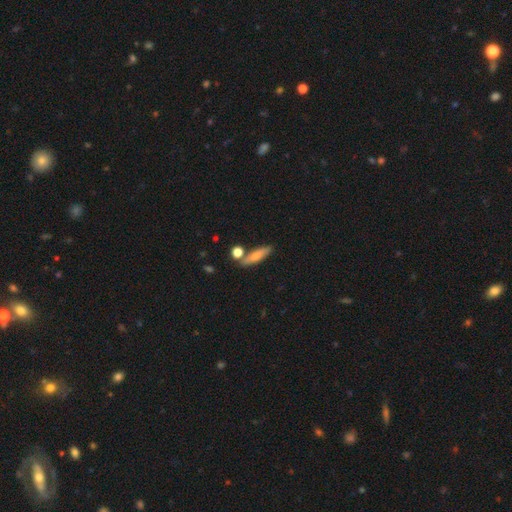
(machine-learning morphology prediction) A smooth galaxy with no disk features (69%) that is cigar-shaped (67%). Merging: none (74%).